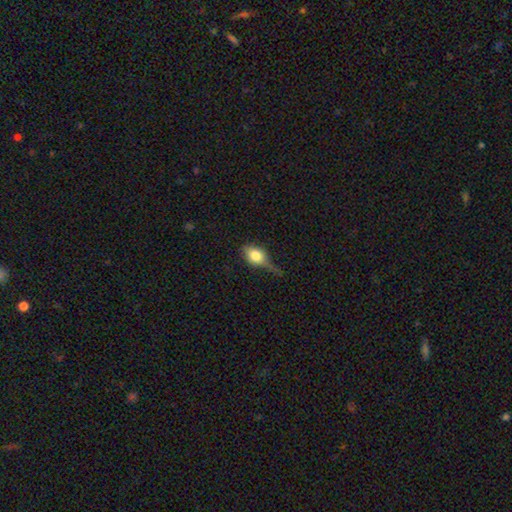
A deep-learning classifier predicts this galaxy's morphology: Q: Smooth or featured?
A: smooth (69%); runner-up: featured or disk (22%)
Q: How rounded?
A: in between (65%); runner-up: round (30%)
Q: Merging?
A: minor disturbance (37%); runner-up: none (34%)